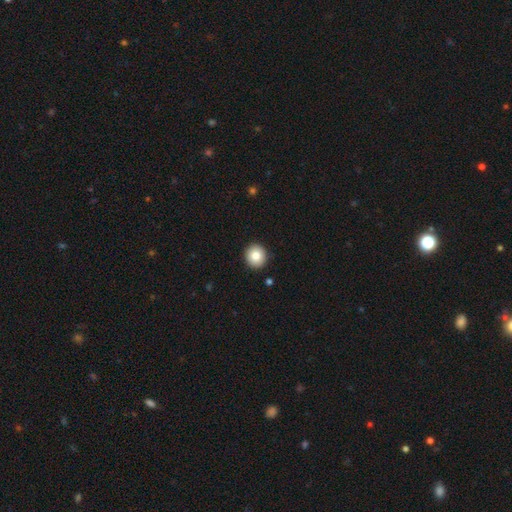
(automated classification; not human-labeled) A smooth galaxy with no disk features (82%) that is round (91%). Merging: none (92%).